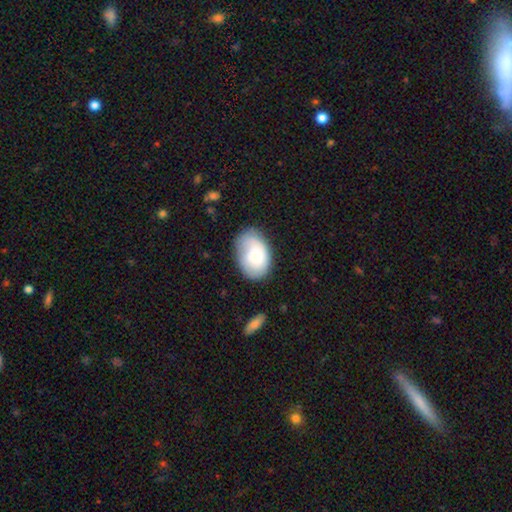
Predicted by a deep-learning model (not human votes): This is likely a smooth galaxy (74%). How rounded: clearly in between (86%). Merging: likely none (63%).